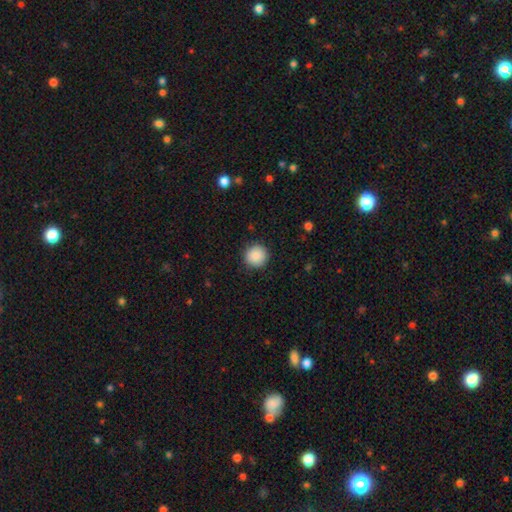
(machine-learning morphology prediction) type=smooth (89%); roundness=round (95%); merging=none (90%).